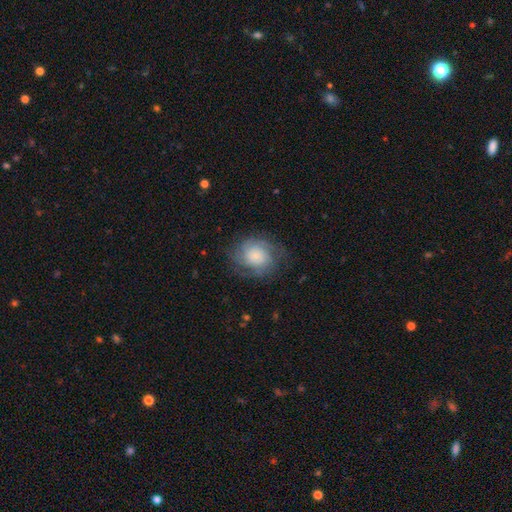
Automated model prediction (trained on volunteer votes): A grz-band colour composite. It shows a featured or disk galaxy (62%) with no bar (79%), 2 (32%) tight (50%) spiral arms (91%) and a small central bulge (36%). Merging: none (71%).